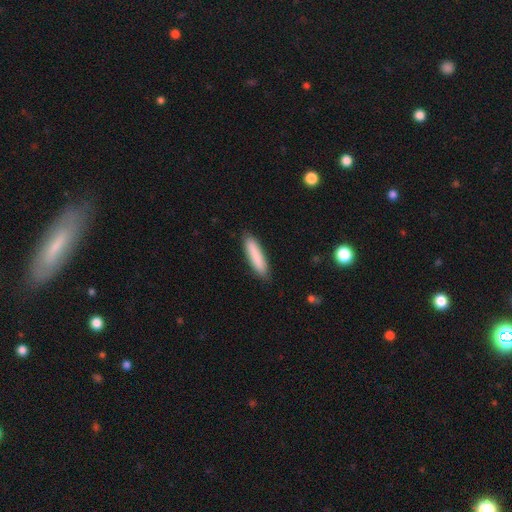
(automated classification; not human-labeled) This appears to be a smooth galaxy with no disk features (86%) that is cigar-shaped (81%). Merging: none (88%).